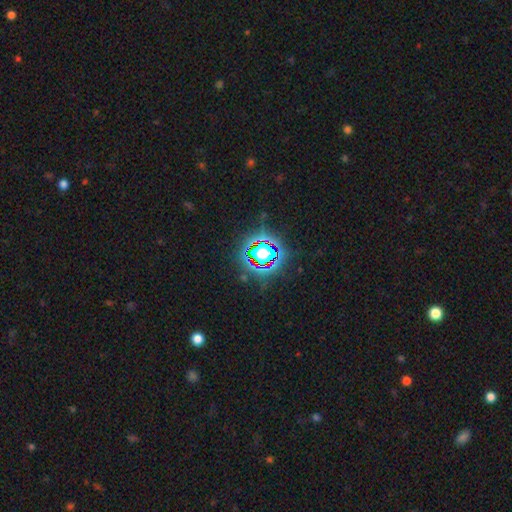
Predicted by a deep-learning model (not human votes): Overall: star or artifact (84%).